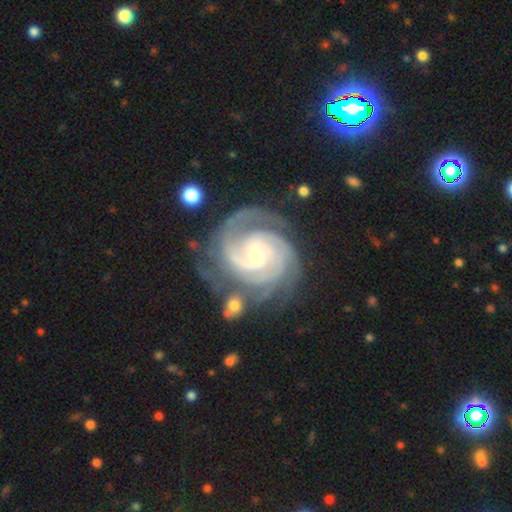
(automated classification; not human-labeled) A featured or disk galaxy (92%) with a weak bar (52%), 2 (31%) tight (66%) spiral arms (98%) and a small central bulge (62%).

Vote fractions:
- Smooth or featured? featured or disk: 92% / smooth: 4% / star or artifact: 4%
- Edge-on disk? no: 98% / yes: 2%
- Bar? weak: 52% / no: 32% / strong: 16%
- Spiral arms? yes: 98% / no: 2%
- Spiral winding? tight: 66% / medium: 29% / loose: 5%
- Spiral arm count? 2: 31% / 3: 28% / can't tell: 17% / 4: 11% / more than 4: 6% / 1: 6%
- Bulge size? small: 62% / moderate: 31% / none: 3% / large: 3% / dominant: 1%
- Merging? none: 65% / minor disturbance: 18% / major disturbance: 10% / merger: 7%